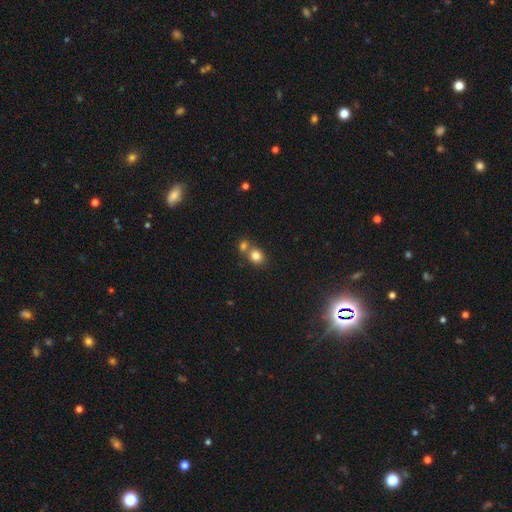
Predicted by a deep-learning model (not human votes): Smooth or featured? smooth (81%)
How rounded? round (72%)
Merging? none (49%)